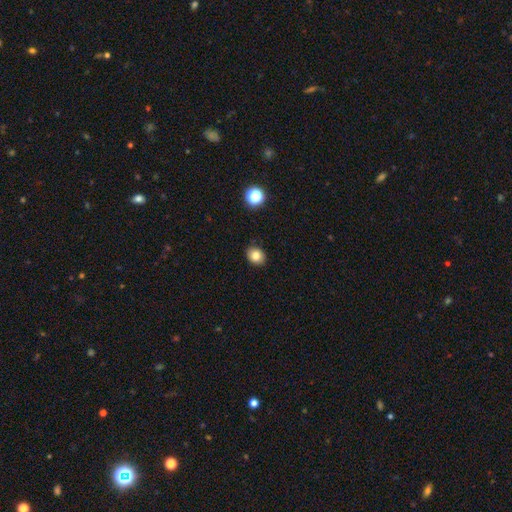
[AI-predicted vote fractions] Q: Smooth or featured?
A: smooth (81%); runner-up: star or artifact (11%)
Q: How rounded?
A: round (53%); runner-up: in between (46%)
Q: Merging?
A: none (88%); runner-up: minor disturbance (9%)